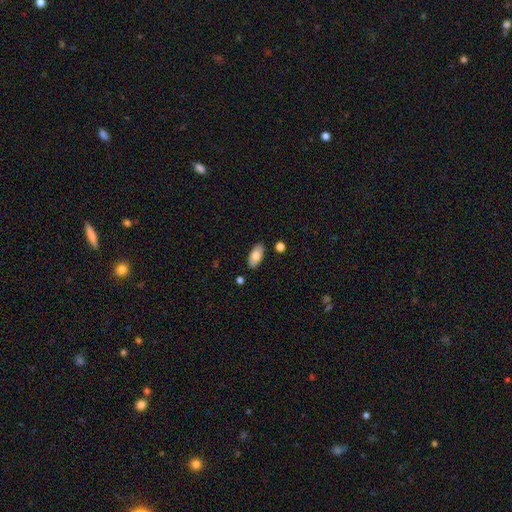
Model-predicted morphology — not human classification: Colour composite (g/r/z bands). It shows a smooth galaxy with no disk features (76%) that is in between round and cigar-shaped (93%). Merging: none (85%).